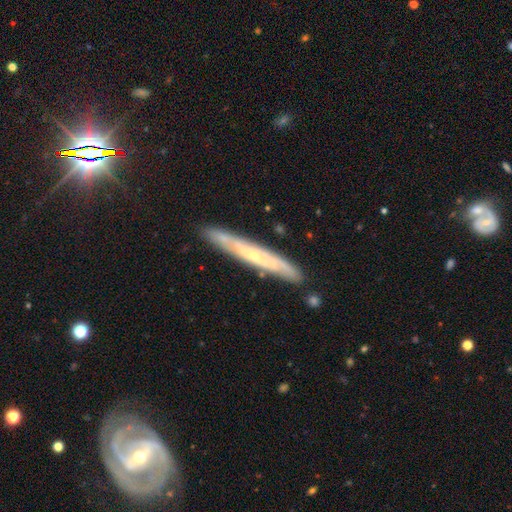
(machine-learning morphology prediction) Smooth or featured? Predicted: featured or disk (p=0.65). Edge-on disk? Predicted: yes (p=0.79). Edge-on bulge? Predicted: none (p=0.54). Merging? Predicted: none (p=0.84).